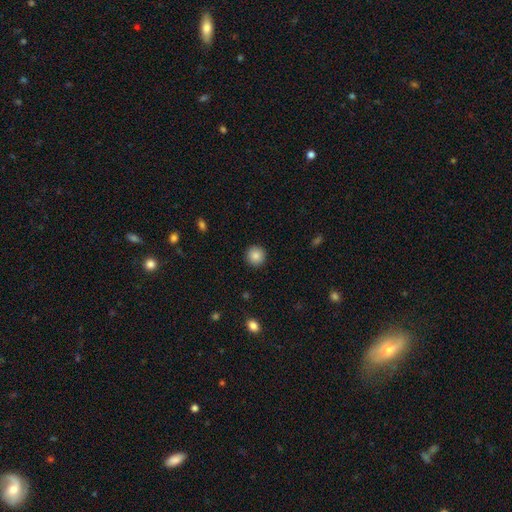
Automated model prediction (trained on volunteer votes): The model was most divided on "smooth or featured": smooth: 87%, star or artifact: 9%, featured or disk: 4%. More confident: how rounded — round (95%); merging — none (92%).